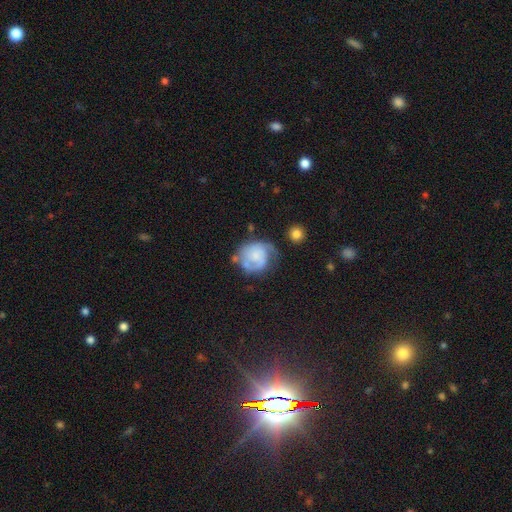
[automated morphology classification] The model was most divided on "spiral winding": tight: 47%, medium: 38%, loose: 15%. Remaining: edge-on disk — no (98%); spiral arms — yes (87%); bar — no (72%); smooth or featured — featured or disk (66%); merging — none (50%); spiral arm count — 2 (46%); bulge size — small (45%).